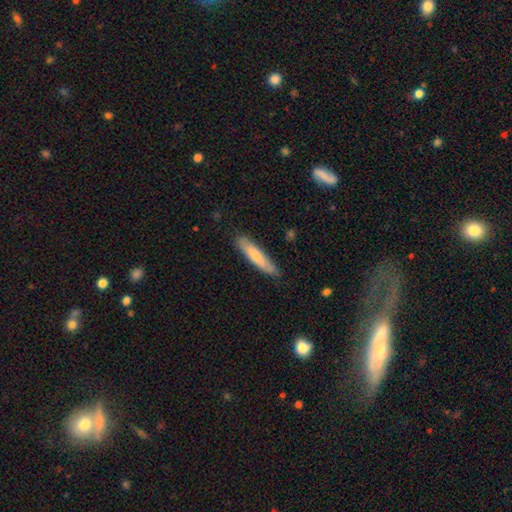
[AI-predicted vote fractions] This appears to be a smooth galaxy with no disk features (67%) that is cigar-shaped (87%). Merging: none (83%).